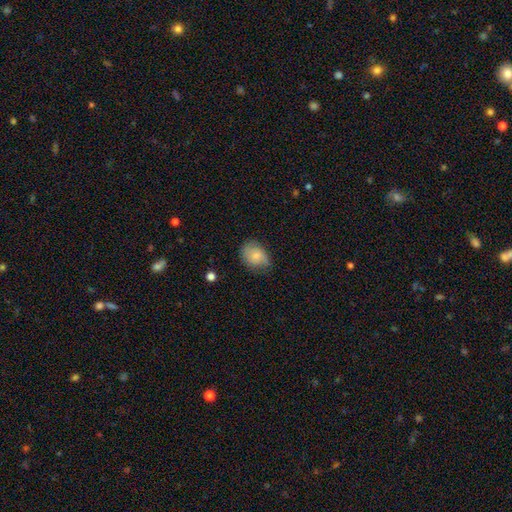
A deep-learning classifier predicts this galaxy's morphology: smooth 72%, featured or disk 21%, star or artifact 7%. Down the decision tree: how rounded — in between (57%); merging — none (67%).